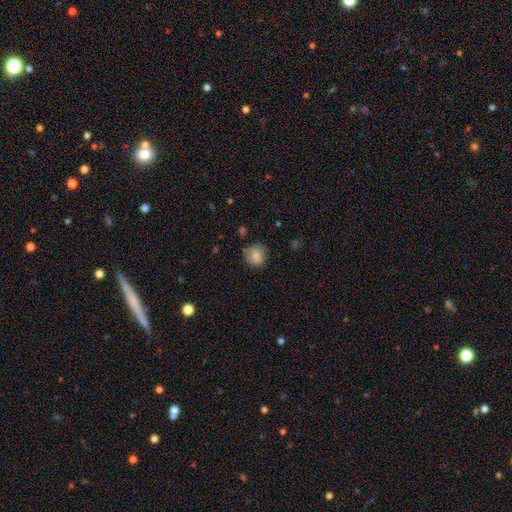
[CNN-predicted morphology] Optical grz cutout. It shows a smooth galaxy with no disk features (84%) that is round (87%). Merging: none (76%).